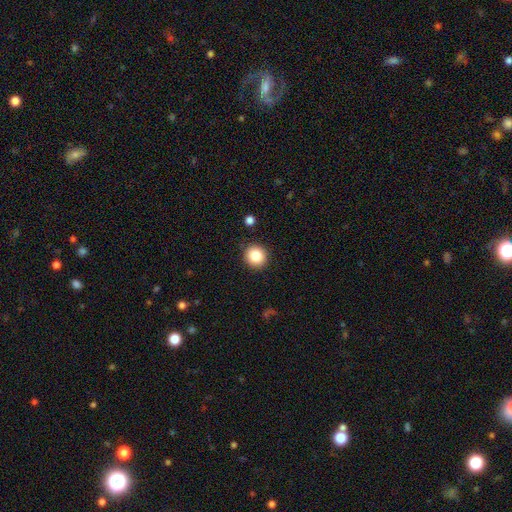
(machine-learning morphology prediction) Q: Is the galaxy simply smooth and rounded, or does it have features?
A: smooth — 84%.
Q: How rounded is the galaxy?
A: round — 92%.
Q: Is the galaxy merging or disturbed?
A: none — 91%.